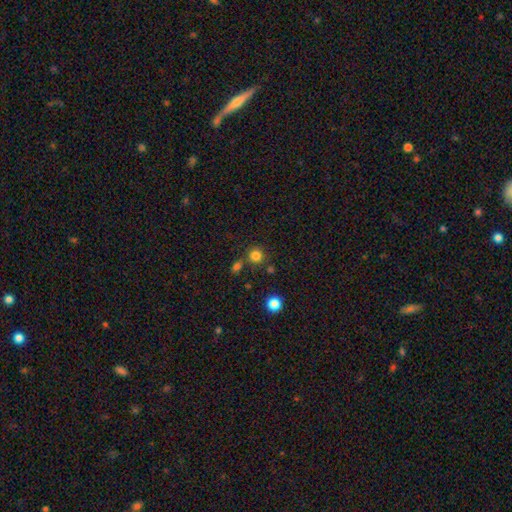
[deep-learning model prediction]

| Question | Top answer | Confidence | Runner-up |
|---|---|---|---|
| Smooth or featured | smooth | 81% | star or artifact (15%) |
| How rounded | round | 92% | in between (7%) |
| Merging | none | 77% | merger (10%) |